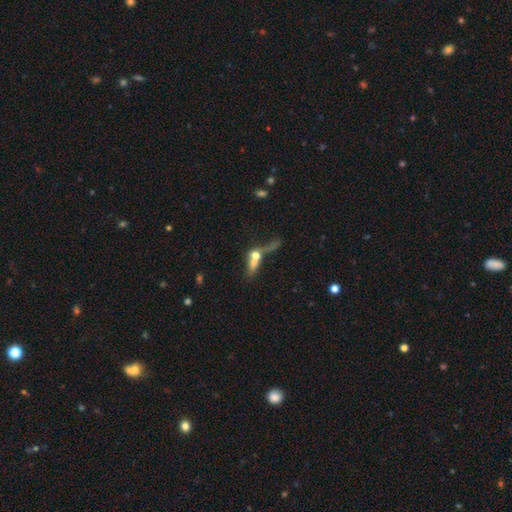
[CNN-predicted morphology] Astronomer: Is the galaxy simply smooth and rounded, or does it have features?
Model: smooth — 53% (runner-up: featured or disk, 35%).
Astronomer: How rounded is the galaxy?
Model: in between — 40% (runner-up: cigar-shaped, 32%).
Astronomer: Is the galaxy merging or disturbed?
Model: merger — 61%.